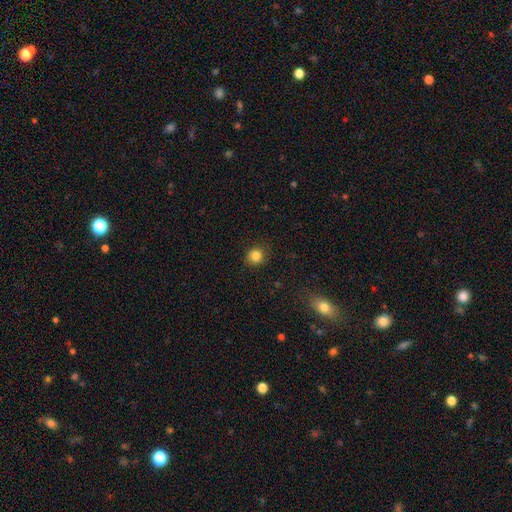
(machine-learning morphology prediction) This is clearly a smooth galaxy (85%). How rounded: clearly round (84%). Merging: clearly none (82%).